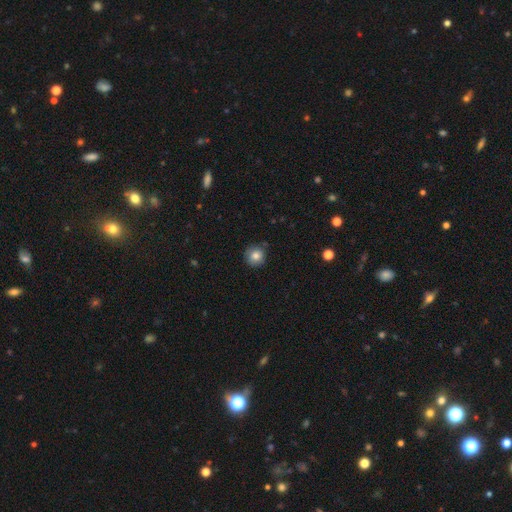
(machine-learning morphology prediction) This appears to be a smooth galaxy with no disk features (82%) that is round (93%). Merging: none (83%).